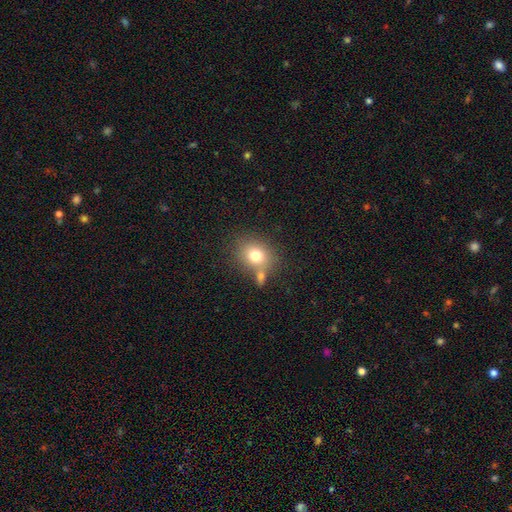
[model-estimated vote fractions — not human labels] Morphology: type=smooth (76%); roundness=round (65%); merging=none (61%).